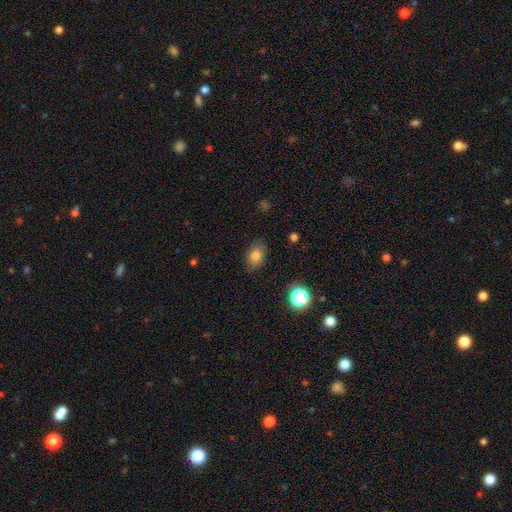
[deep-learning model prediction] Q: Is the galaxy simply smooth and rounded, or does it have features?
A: smooth — 78%.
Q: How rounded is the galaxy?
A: in between — 79%.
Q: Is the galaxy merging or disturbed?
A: none — 83%.